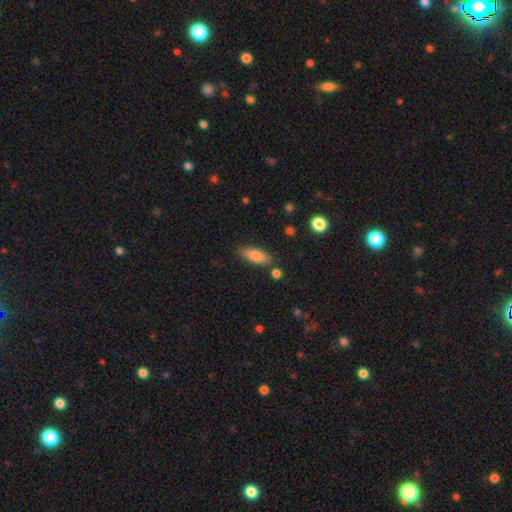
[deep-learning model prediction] Smooth or featured? Predicted: smooth (p=0.82). How rounded? Predicted: in between (p=0.74). Merging? Predicted: none (p=0.80).